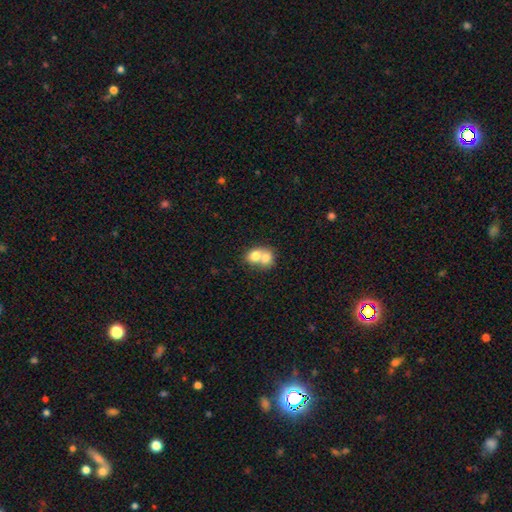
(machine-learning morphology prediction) Smooth or featured? Predicted: smooth (p=0.73). How rounded? Predicted: in between (p=0.50). Merging? Predicted: merger (p=0.75).